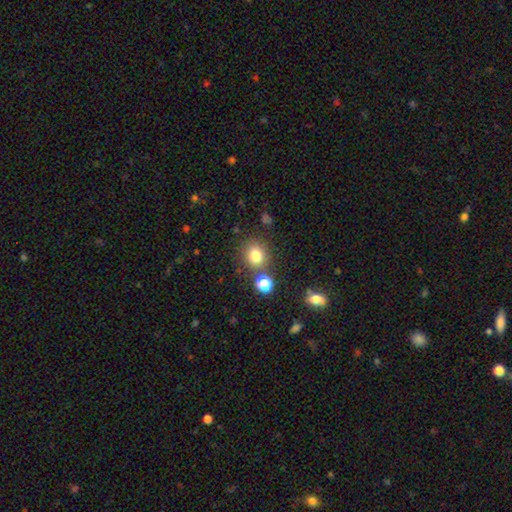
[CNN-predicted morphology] A smooth galaxy with no disk features (78%) that is round (81%).

Vote fractions:
- Smooth or featured? smooth: 78% / star or artifact: 14% / featured or disk: 8%
- How rounded? round: 81% / in between: 18% / cigar-shaped: 1%
- Merging? none: 79% / minor disturbance: 9% / merger: 8% / major disturbance: 4%